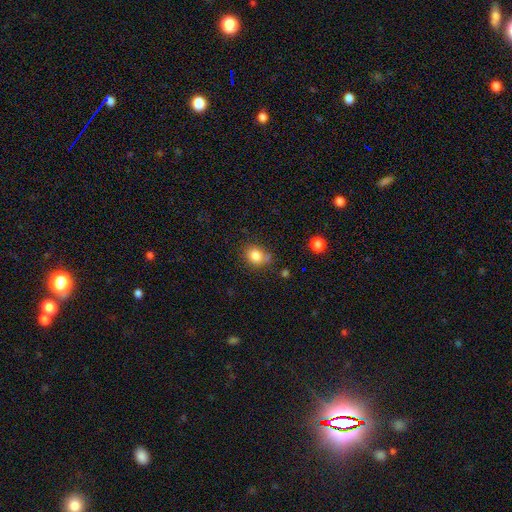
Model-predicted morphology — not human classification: smooth 83%, star or artifact 11%, featured or disk 6%. Down the decision tree: how rounded — round (60%); merging — none (64%).